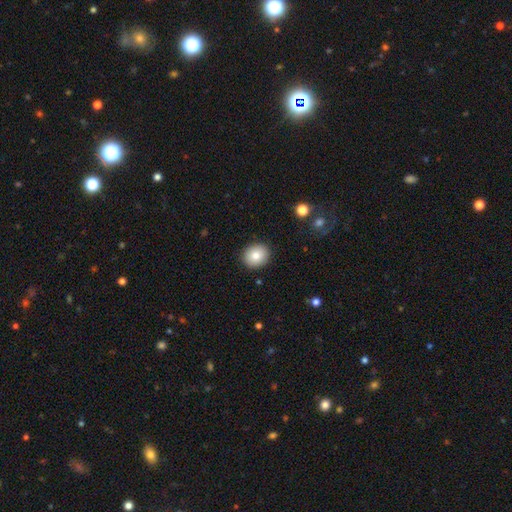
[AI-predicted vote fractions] This appears to be a smooth galaxy with no disk features (83%) that is round (70%). Merging: none (90%).